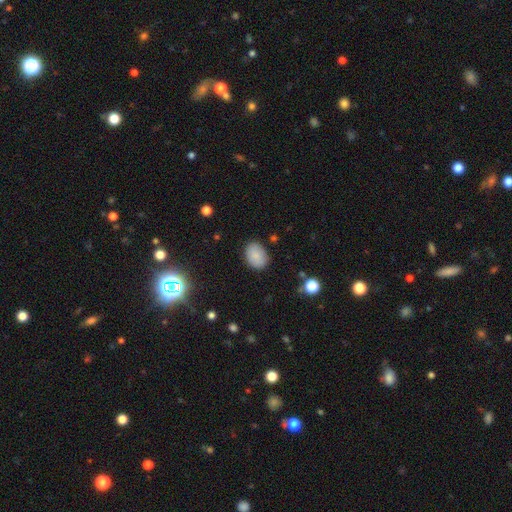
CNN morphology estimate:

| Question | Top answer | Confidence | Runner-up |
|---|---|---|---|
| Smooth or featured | smooth | 86% | star or artifact (8%) |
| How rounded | in between | 75% | round (24%) |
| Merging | none | 85% | minor disturbance (11%) |